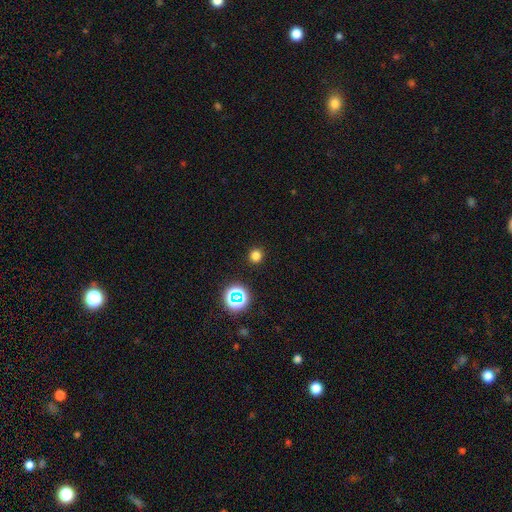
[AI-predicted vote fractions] smooth 75%, star or artifact 20%, featured or disk 5%. Down the decision tree: how rounded — round (93%); merging — none (92%).